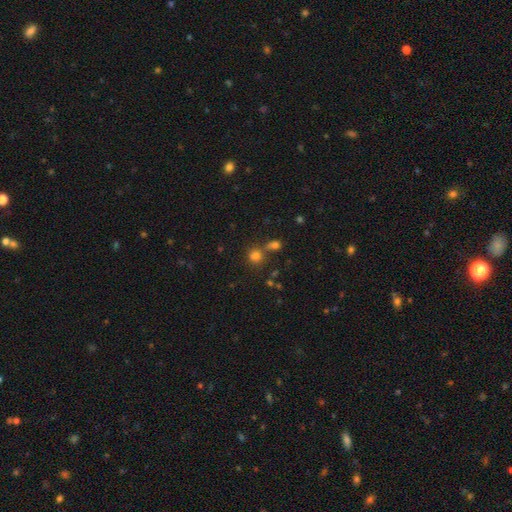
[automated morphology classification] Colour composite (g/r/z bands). It shows a smooth galaxy with no disk features (75%) that is round (83%). Merging: none (58%).